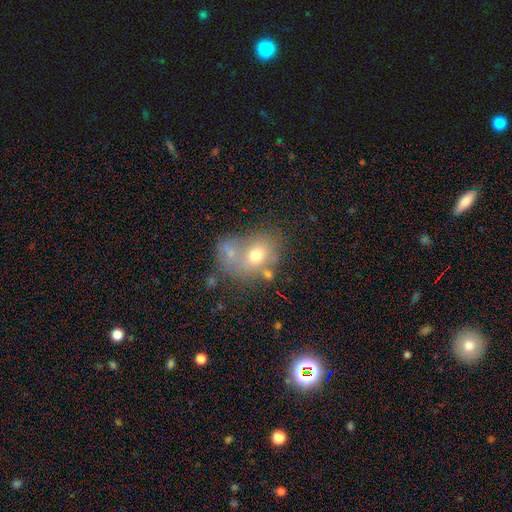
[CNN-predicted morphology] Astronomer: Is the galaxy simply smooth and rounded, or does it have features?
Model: smooth — 63%.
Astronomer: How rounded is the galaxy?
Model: round — 50% (runner-up: in between, 49%).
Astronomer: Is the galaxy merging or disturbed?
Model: none — 38% (runner-up: merger, 34%).